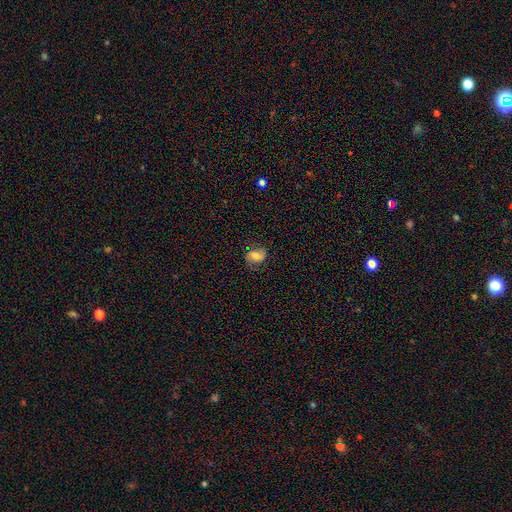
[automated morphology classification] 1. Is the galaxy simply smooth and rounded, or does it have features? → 51% smooth, 39% featured or disk, 10% star or artifact.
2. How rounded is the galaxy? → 68% in between, 30% round, 2% cigar-shaped.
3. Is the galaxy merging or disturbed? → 70% none, 20% minor disturbance, 8% major disturbance, 1% merger.